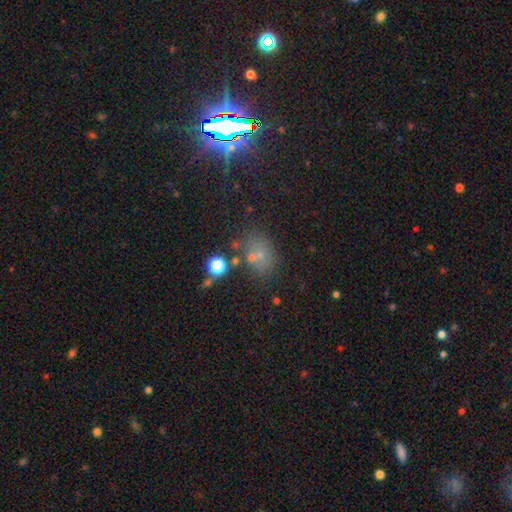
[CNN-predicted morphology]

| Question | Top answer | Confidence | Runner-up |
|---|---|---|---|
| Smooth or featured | smooth | 46% | star or artifact (41%) |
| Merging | none | 67% | minor disturbance (14%) |